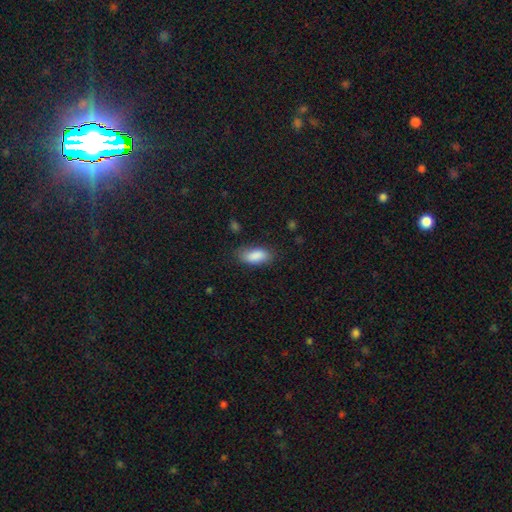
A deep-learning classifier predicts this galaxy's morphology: Smooth or featured? Predicted: smooth (p=0.88). How rounded? Predicted: in between (p=0.90). Merging? Predicted: none (p=0.76).